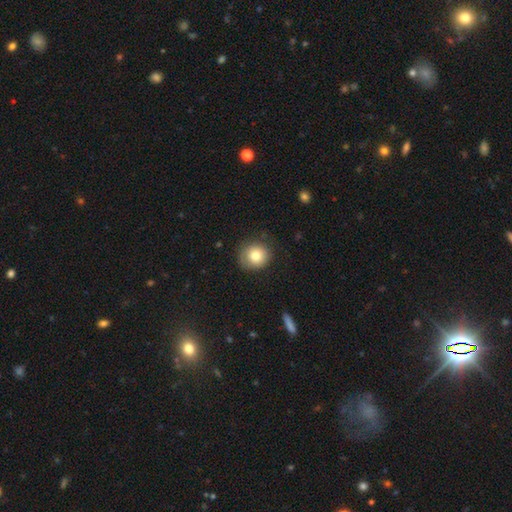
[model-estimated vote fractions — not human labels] The model was most divided on "merging": none: 79%, minor disturbance: 15%, major disturbance: 4%, merger: 1%. More confident: how rounded — round (88%); smooth or featured — smooth (80%).